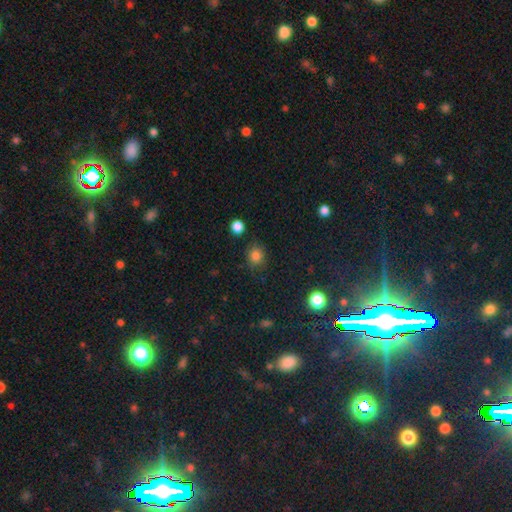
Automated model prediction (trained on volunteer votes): Morphology: type=smooth (82%); roundness=round (78%); merging=none (81%).